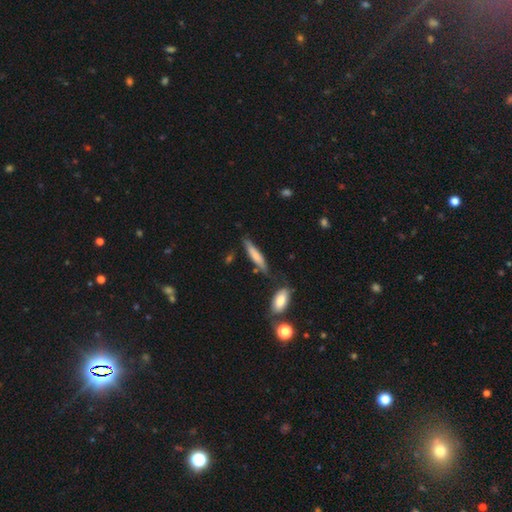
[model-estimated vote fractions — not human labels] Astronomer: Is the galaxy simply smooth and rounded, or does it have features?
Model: smooth — 71%.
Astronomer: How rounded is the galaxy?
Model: cigar-shaped — 84%.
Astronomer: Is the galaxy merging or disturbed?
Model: none — 73%.